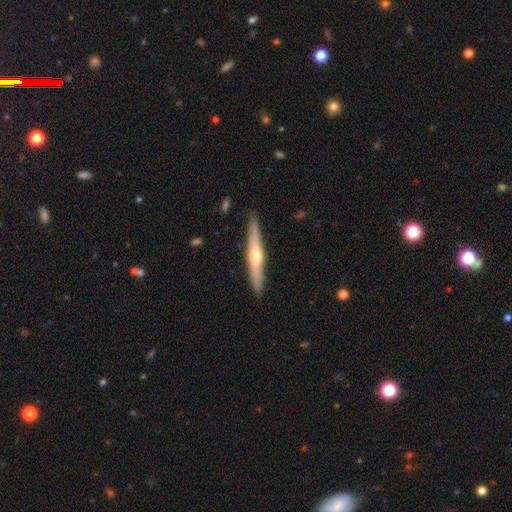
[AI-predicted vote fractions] A featured or disk galaxy (57%) viewed edge-on (95%) with a rounded central bulge (85%). Merging: none (88%).